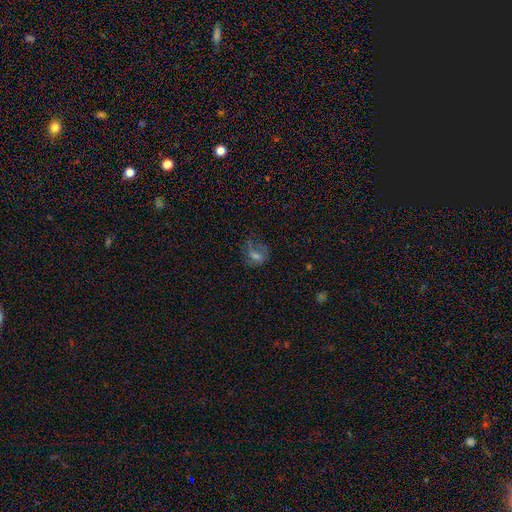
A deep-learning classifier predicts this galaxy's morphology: type=smooth (41%); merging=none (47%).